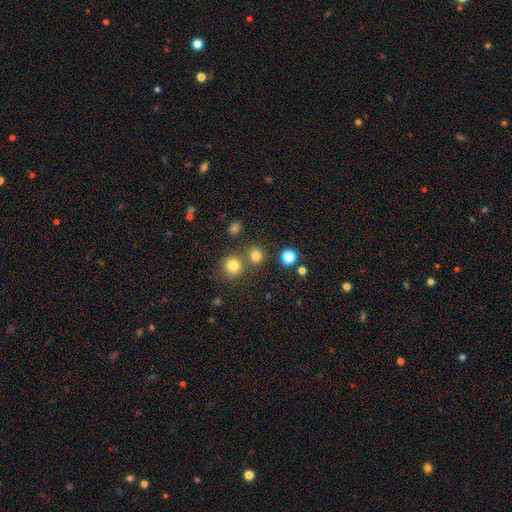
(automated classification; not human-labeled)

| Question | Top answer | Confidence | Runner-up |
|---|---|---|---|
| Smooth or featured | smooth | 78% | star or artifact (16%) |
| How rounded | round | 90% | in between (9%) |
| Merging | none | 74% | merger (16%) |